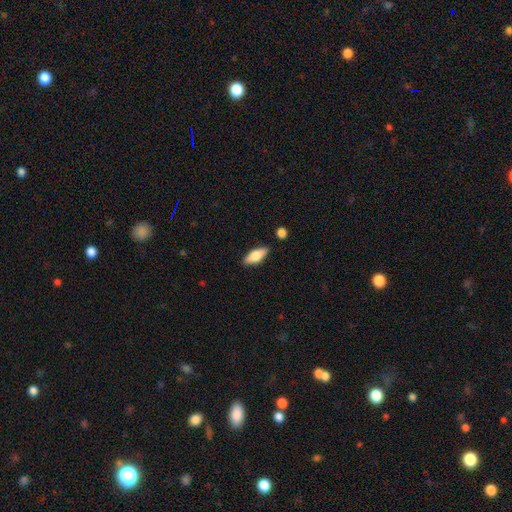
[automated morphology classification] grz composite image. It shows a smooth galaxy with no disk features (70%) that is in between round and cigar-shaped (76%). Merging: none (85%).